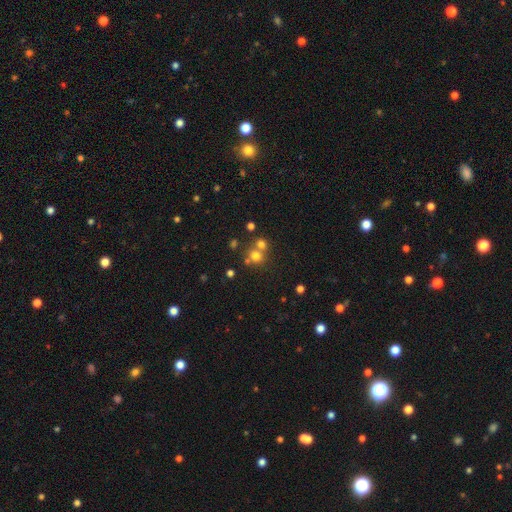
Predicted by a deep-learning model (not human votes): smooth 69%, star or artifact 19%, featured or disk 12%. Down the decision tree: how rounded — round (85%); merging — none (49%).